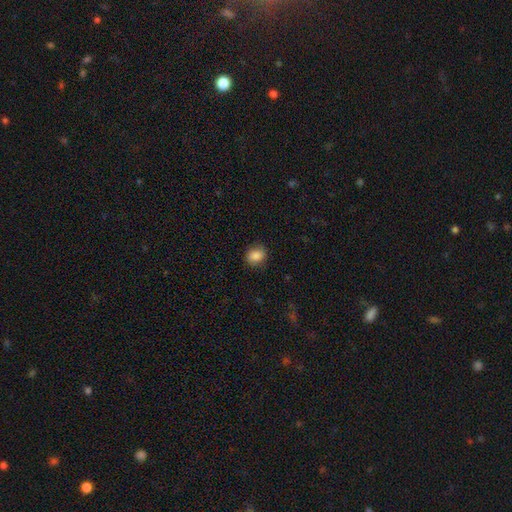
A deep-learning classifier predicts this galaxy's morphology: A smooth galaxy with no disk features (85%) that is round (52%).

Vote fractions:
- Smooth or featured? smooth: 85% / star or artifact: 8% / featured or disk: 7%
- How rounded? round: 52% / in between: 46% / cigar-shaped: 1%
- Merging? none: 80% / minor disturbance: 15% / major disturbance: 4% / merger: 1%